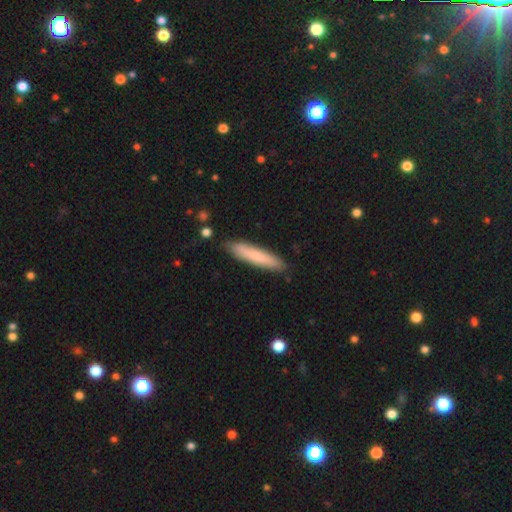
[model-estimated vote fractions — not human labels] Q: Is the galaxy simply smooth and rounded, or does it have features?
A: smooth — 78%.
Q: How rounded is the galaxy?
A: cigar-shaped — 89%.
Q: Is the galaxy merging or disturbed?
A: none — 87%.